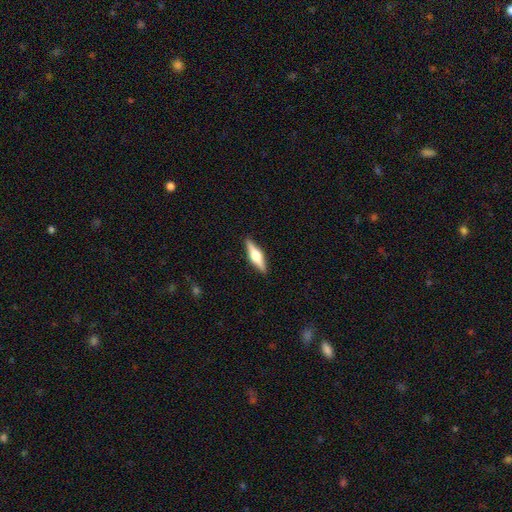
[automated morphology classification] Smooth or featured? featured or disk (68%)
Edge-on disk? yes (97%)
Edge-on bulge? rounded (94%)
Merging? none (91%)